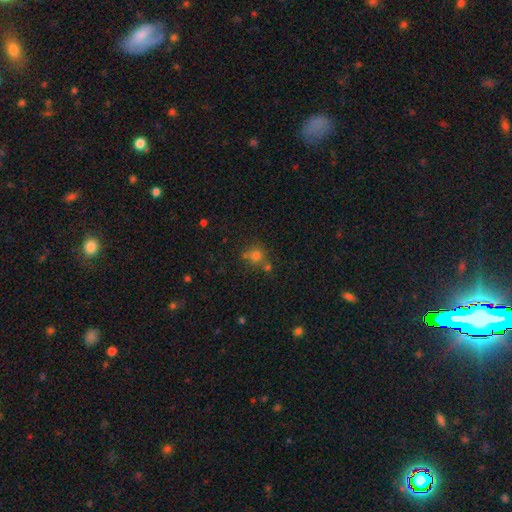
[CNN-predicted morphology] Smooth or featured? smooth (69%)
How rounded? round (84%)
Merging? none (58%)